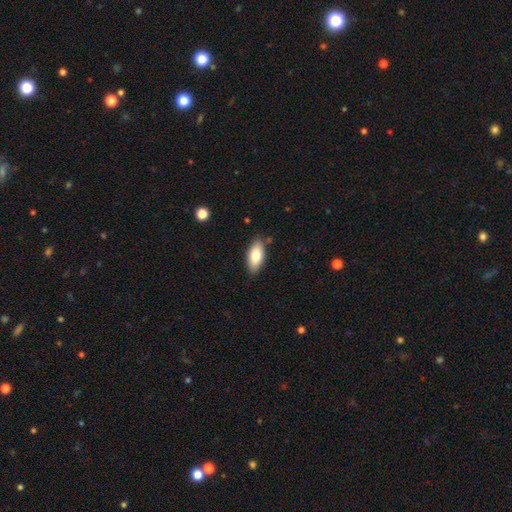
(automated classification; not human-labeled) smooth 80%, featured or disk 14%, star or artifact 7%. Down the decision tree: how rounded — in between (88%); merging — none (84%).